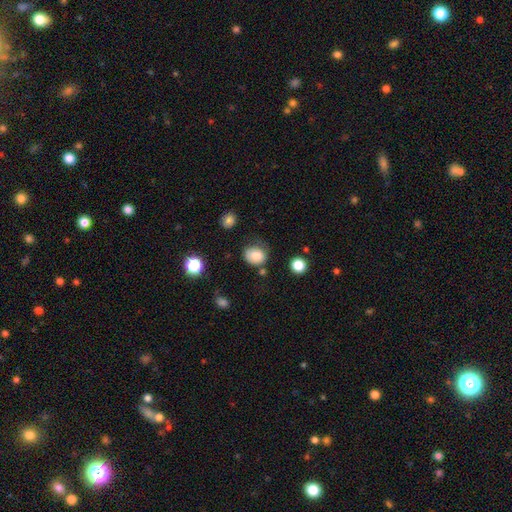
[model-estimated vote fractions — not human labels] Smooth or featured? Predicted: smooth (p=0.80). How rounded? Predicted: round (p=0.62). Merging? Predicted: none (p=0.61).